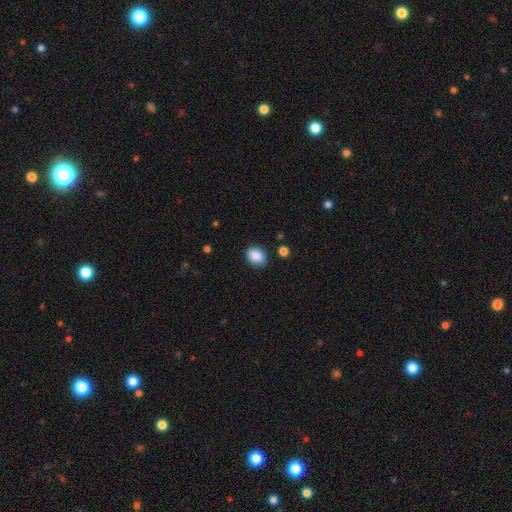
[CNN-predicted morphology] Q: Smooth or featured?
A: smooth (88%); runner-up: star or artifact (8%)
Q: How rounded?
A: in between (62%); runner-up: round (37%)
Q: Merging?
A: none (84%); runner-up: minor disturbance (11%)